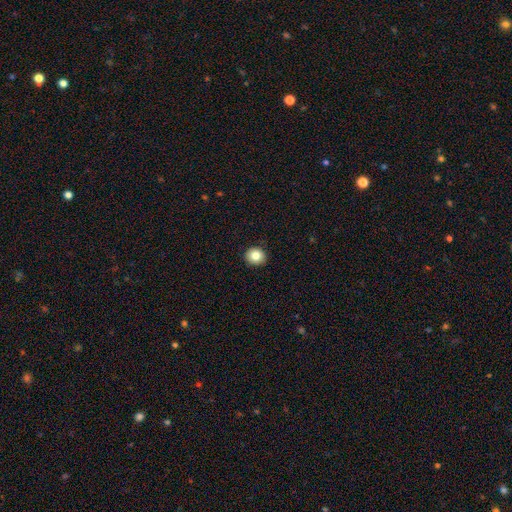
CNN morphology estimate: This appears to be a smooth galaxy with no disk features (83%) that is round (88%). Merging: none (92%).